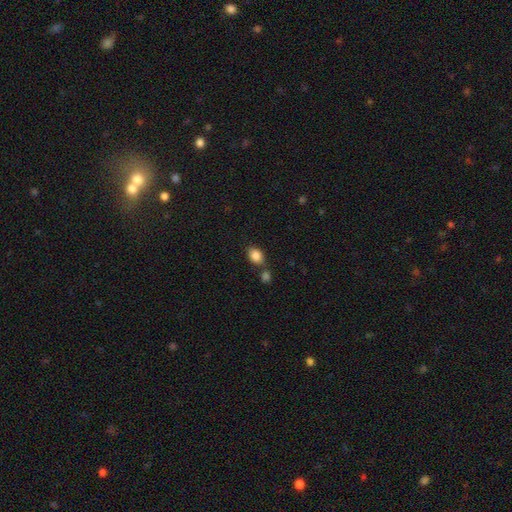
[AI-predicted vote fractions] Smooth or featured? smooth (86%)
How rounded? in between (68%)
Merging? none (63%)